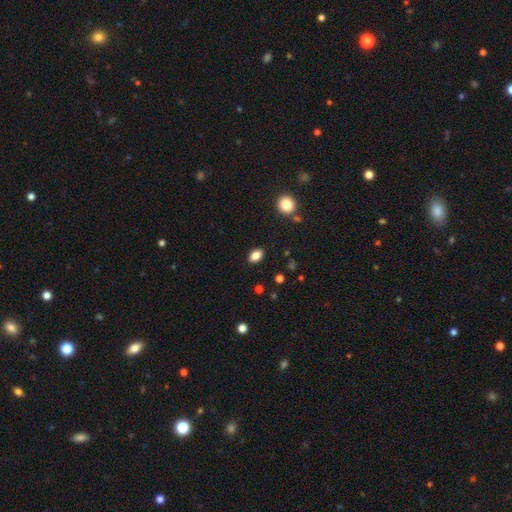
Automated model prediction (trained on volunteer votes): smooth-or-featured: smooth: 84% | star or artifact: 10% | featured or disk: 6%
  how-rounded: in between: 83% | round: 16% | cigar-shaped: 2%
  merging: none: 88% | minor disturbance: 9% | major disturbance: 2% | merger: 1%